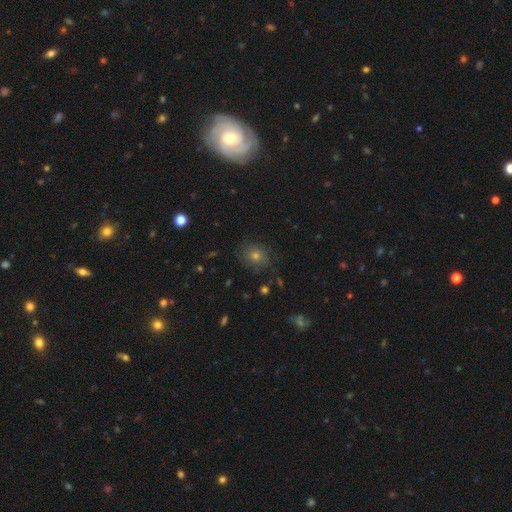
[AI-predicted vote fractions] The model was most divided on "smooth or featured": smooth: 50%, star or artifact: 30%, featured or disk: 20%. More confident: merging — none (81%).